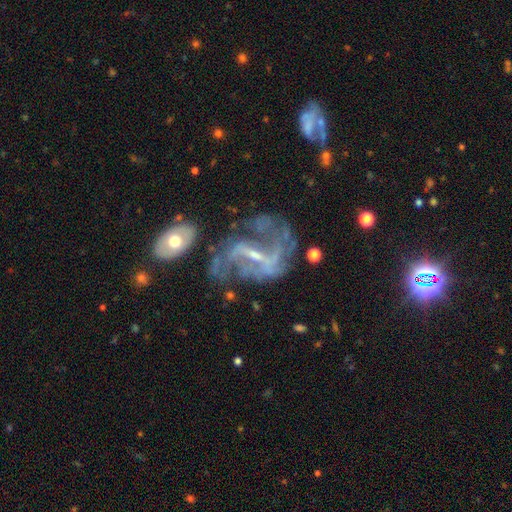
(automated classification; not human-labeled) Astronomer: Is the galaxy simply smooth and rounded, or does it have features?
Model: featured or disk — 82%.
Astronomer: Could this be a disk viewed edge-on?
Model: no — 95%.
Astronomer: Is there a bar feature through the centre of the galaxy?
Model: strong — 49% (runner-up: weak, 37%).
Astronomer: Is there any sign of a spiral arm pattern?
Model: yes — 84%.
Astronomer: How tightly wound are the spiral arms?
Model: loose — 48% (runner-up: medium, 37%).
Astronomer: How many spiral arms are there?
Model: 2 — 64%.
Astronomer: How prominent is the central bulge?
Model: small — 64%.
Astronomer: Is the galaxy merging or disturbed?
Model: none — 44% (runner-up: major disturbance, 28%).